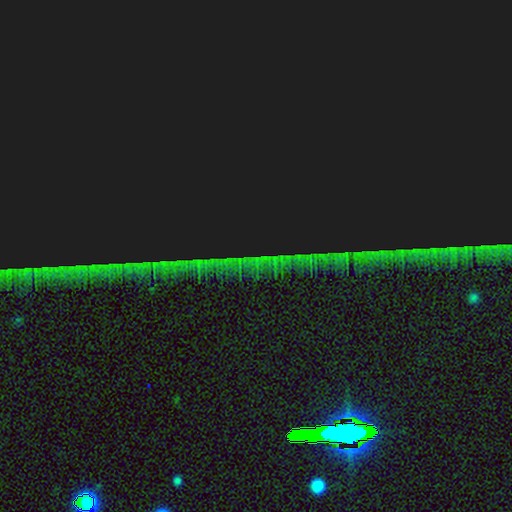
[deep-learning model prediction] Smooth or featured: star or artifact — 84% (featured or disk — 8%)